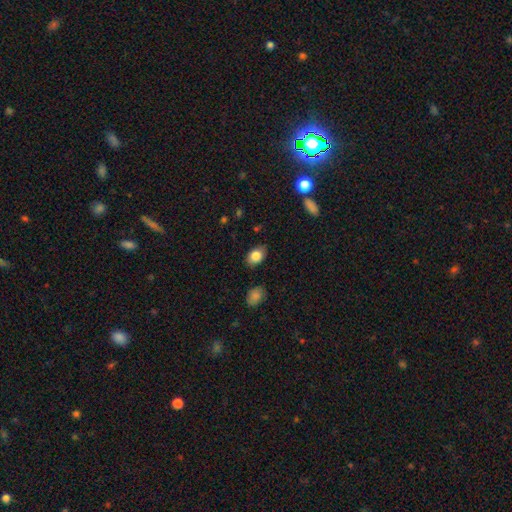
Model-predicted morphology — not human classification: Smooth or featured? smooth (82%)
How rounded? in between (81%)
Merging? none (83%)